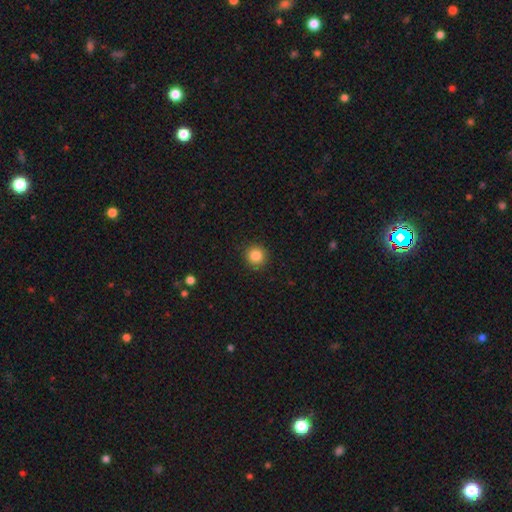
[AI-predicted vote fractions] Q: Smooth or featured?
A: smooth (85%); runner-up: star or artifact (10%)
Q: How rounded?
A: round (93%); runner-up: in between (6%)
Q: Merging?
A: none (91%); runner-up: minor disturbance (6%)